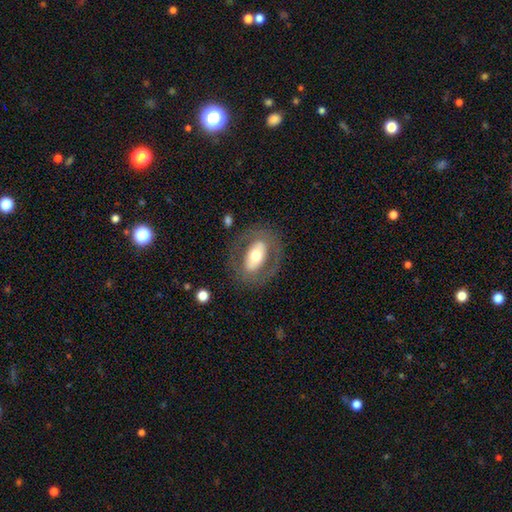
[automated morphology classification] A featured or disk galaxy (54%). Merging: none (78%).